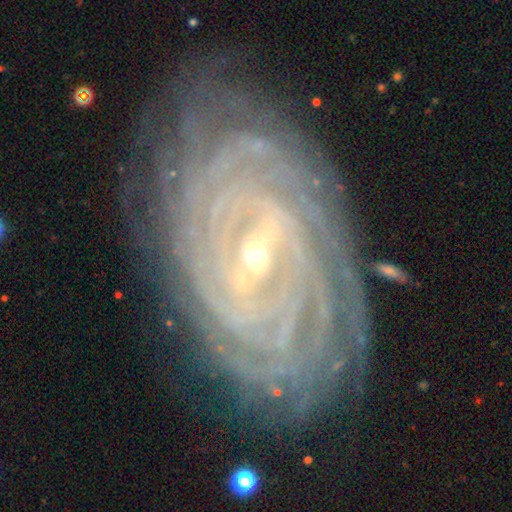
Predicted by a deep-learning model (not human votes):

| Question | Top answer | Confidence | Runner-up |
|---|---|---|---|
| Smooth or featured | featured or disk | 90% | star or artifact (5%) |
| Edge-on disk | no | 95% | yes (5%) |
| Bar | strong | 44% | weak (37%) |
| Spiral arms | yes | 97% | no (3%) |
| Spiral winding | tight | 85% | medium (12%) |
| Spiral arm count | can't tell | 25% | more than 4 (23%) |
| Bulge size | small | 76% | moderate (20%) |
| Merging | none | 75% | minor disturbance (17%) |